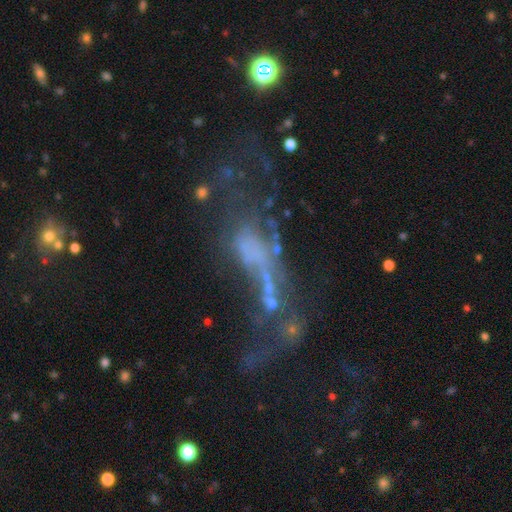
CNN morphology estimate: Smooth or featured?
  - featured or disk: 53% *
  - star or artifact: 26%
  - smooth: 20%
Edge-on disk?
  - no: 83% *
  - yes: 17%
Merging?
  - major disturbance: 45% *
  - none: 22%
  - merger: 21%
  - minor disturbance: 12%